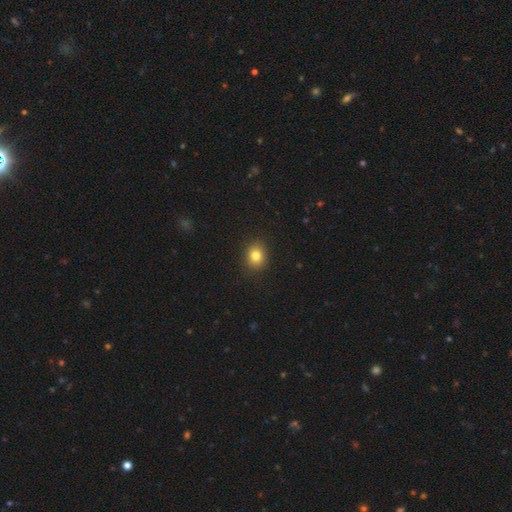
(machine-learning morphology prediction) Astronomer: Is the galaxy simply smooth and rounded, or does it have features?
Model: smooth — 81%.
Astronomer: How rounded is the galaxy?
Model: round — 65%.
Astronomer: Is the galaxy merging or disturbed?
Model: none — 89%.